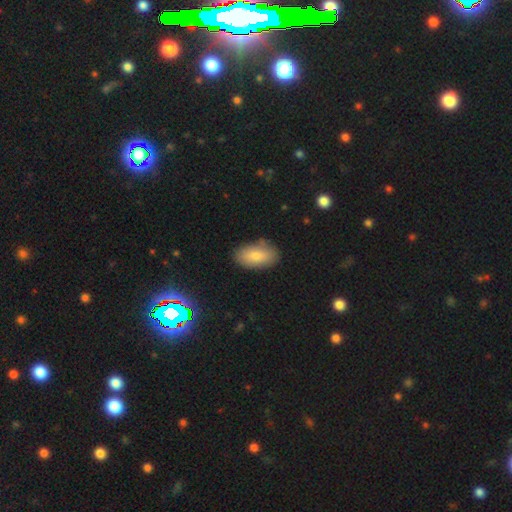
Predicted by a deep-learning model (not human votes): Morphology: type=smooth (73%); roundness=in between (93%); merging=none (82%).